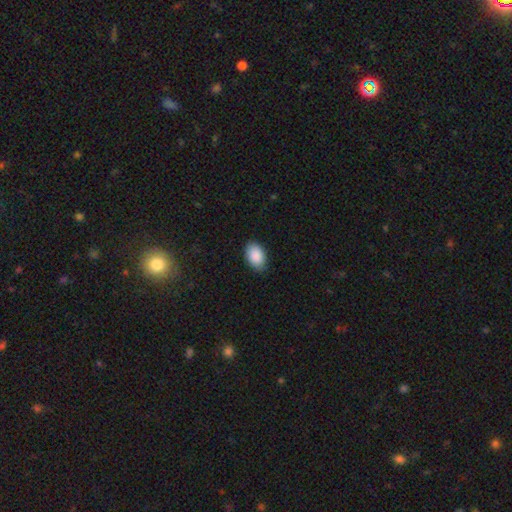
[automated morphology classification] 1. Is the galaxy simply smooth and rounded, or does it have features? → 90% smooth, 6% star or artifact, 4% featured or disk.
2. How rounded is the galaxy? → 92% in between, 7% round, 1% cigar-shaped.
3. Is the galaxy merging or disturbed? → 84% none, 13% minor disturbance, 2% major disturbance, 1% merger.